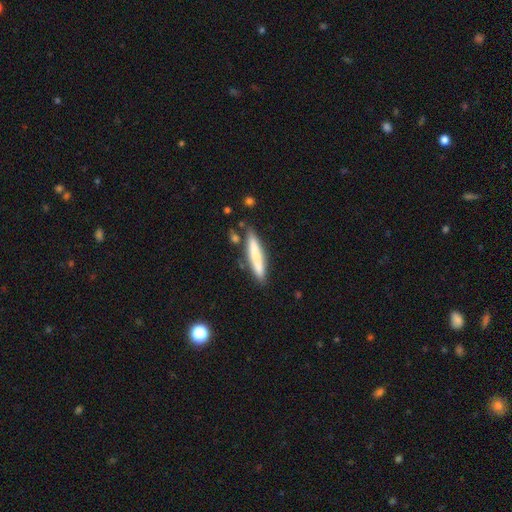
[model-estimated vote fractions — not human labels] Overall: smooth (71%). How rounded: cigar-shaped (92%). Merging: none (80%).